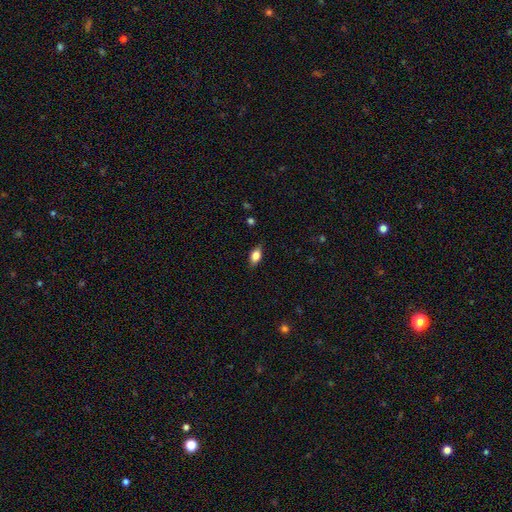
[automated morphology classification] smooth-or-featured: smooth: 77% | featured or disk: 15% | star or artifact: 8%
  how-rounded: in between: 85% | cigar-shaped: 8% | round: 8%
  merging: none: 82% | minor disturbance: 14% | major disturbance: 3% | merger: 1%